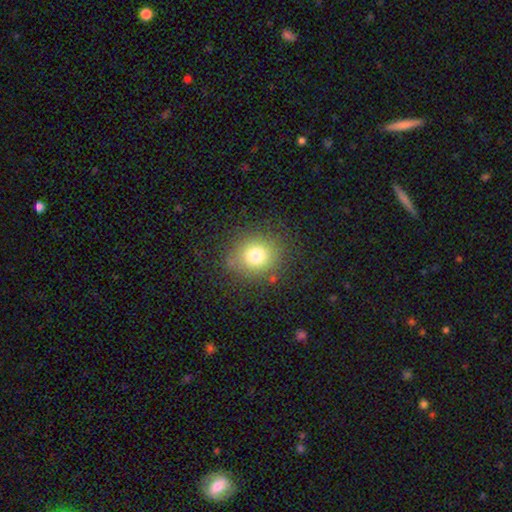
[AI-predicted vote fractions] This is likely a smooth galaxy (75%). How rounded: clearly round (82%). Merging: clearly none (82%).